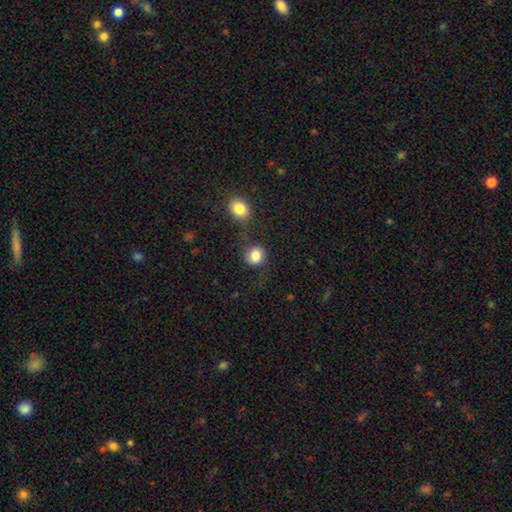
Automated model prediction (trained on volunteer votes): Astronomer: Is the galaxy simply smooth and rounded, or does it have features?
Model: smooth — 82%.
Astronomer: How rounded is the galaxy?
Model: round — 78%.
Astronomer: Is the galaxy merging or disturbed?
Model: none — 66%.